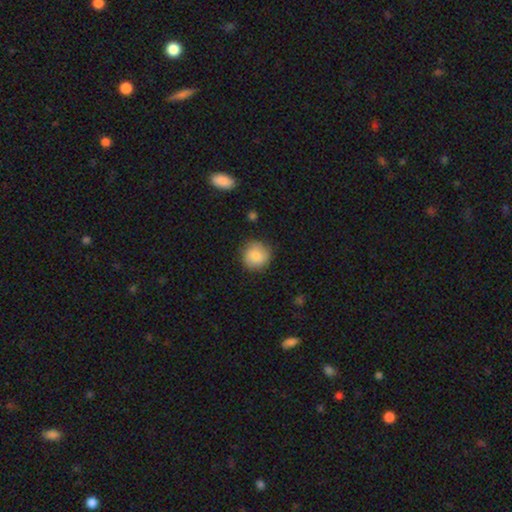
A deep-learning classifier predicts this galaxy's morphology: smooth_or_featured: smooth (p=0.84) [alt: featured or disk p=0.09]
how_rounded: round (p=0.92) [alt: in between p=0.07]
merging: none (p=0.84) [alt: minor disturbance p=0.12]